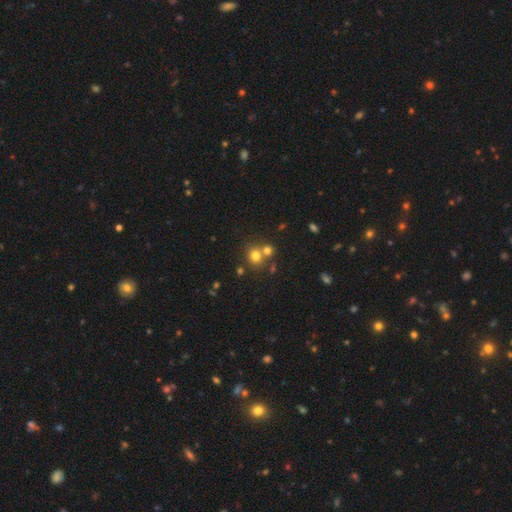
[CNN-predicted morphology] A smooth galaxy with no disk features (73%) that is round (82%).

Vote fractions:
- Smooth or featured? smooth: 73% / star or artifact: 16% / featured or disk: 11%
- How rounded? round: 82% / in between: 17% / cigar-shaped: 1%
- Merging? none: 55% / merger: 35% / minor disturbance: 8% / major disturbance: 3%